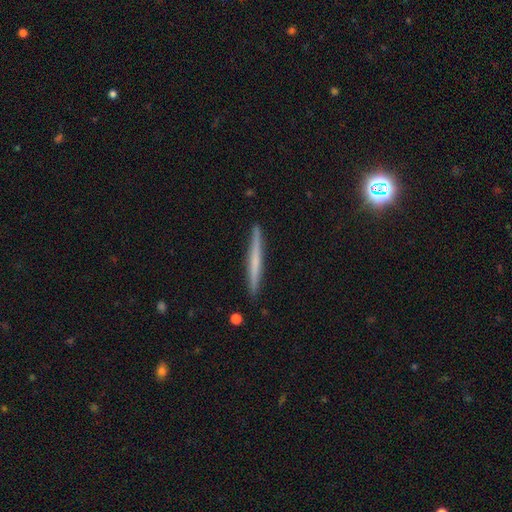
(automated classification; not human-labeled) Q: Smooth or featured?
A: smooth (49%); runner-up: featured or disk (45%)
Q: Merging?
A: none (91%); runner-up: minor disturbance (7%)